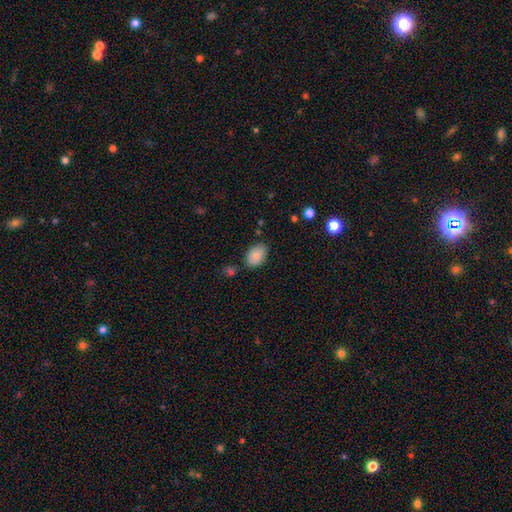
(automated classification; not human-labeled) Q: Smooth or featured?
A: smooth (87%); runner-up: star or artifact (8%)
Q: How rounded?
A: in between (88%); runner-up: round (11%)
Q: Merging?
A: none (77%); runner-up: minor disturbance (16%)